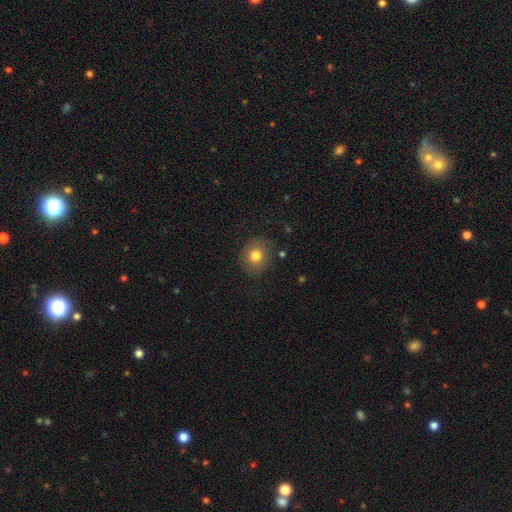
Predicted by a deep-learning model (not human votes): A smooth galaxy with no disk features (76%) that is round (76%). Merging: none (81%).